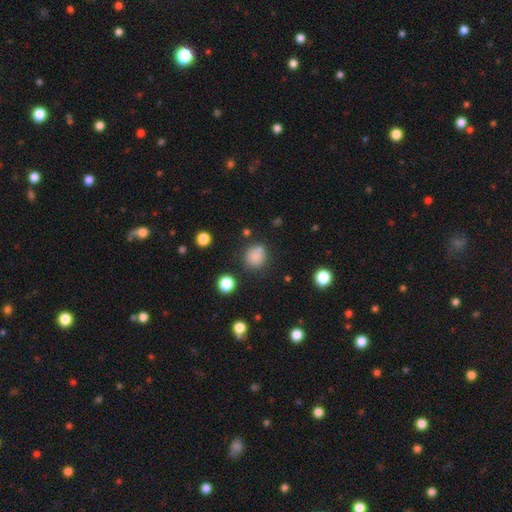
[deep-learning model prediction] Morphology: type=smooth (81%); roundness=round (87%); merging=none (73%).